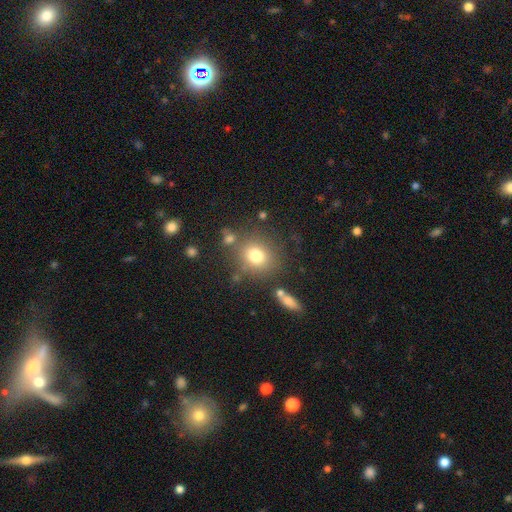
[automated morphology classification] A smooth galaxy with no disk features (77%) that is round (75%).

Vote fractions:
- Smooth or featured? smooth: 77% / star or artifact: 13% / featured or disk: 10%
- How rounded? round: 75% / in between: 24% / cigar-shaped: 1%
- Merging? none: 75% / minor disturbance: 12% / merger: 8% / major disturbance: 5%